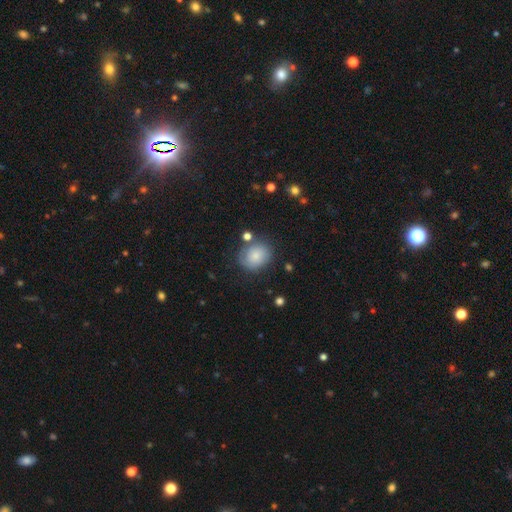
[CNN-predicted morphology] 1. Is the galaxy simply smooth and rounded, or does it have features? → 77% smooth, 14% featured or disk, 8% star or artifact.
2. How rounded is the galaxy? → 66% round, 33% in between, 1% cigar-shaped.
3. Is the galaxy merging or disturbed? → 69% none, 19% minor disturbance, 7% major disturbance, 6% merger.